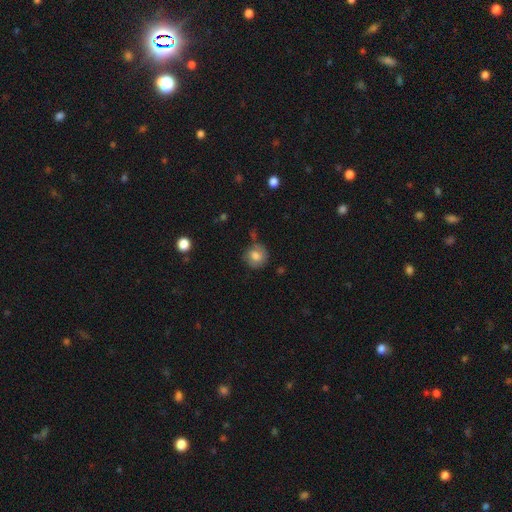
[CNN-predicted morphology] Smooth or featured? Predicted: smooth (p=0.78). How rounded? Predicted: round (p=0.83). Merging? Predicted: none (p=0.68).